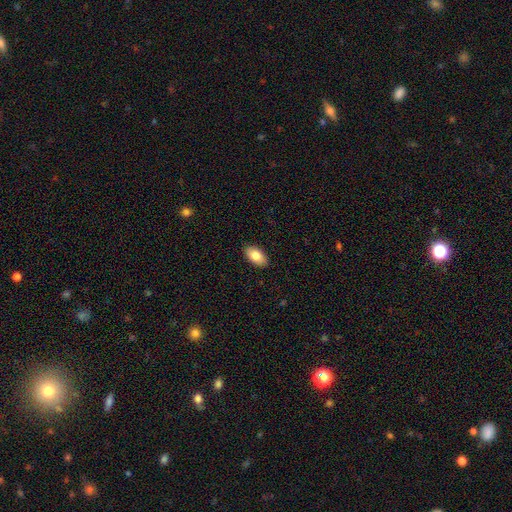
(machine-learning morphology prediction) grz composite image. It shows a smooth galaxy with no disk features (82%) that is in between round and cigar-shaped (94%). Merging: none (90%).